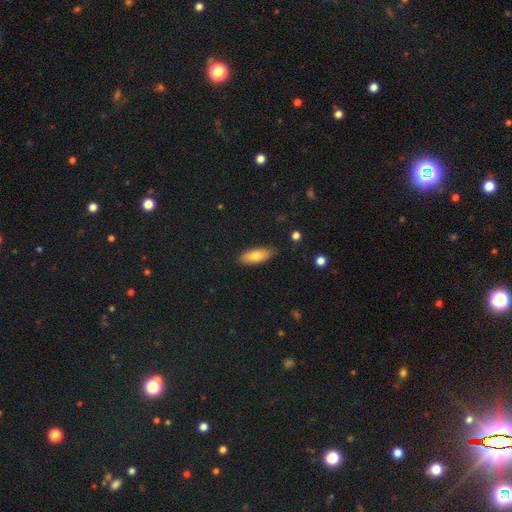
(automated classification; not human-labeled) Smooth or featured? Predicted: smooth (p=0.78). How rounded? Predicted: in between (p=0.74). Merging? Predicted: none (p=0.86).